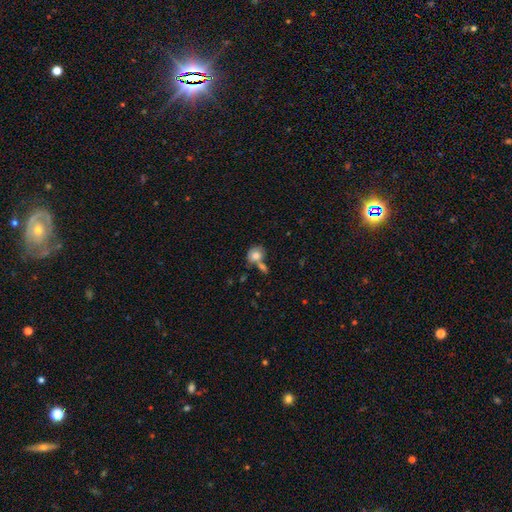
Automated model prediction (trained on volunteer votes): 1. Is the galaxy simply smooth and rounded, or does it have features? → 72% smooth, 20% featured or disk, 8% star or artifact.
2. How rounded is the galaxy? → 51% round, 47% in between, 1% cigar-shaped.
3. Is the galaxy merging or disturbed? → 40% merger, 36% none, 16% minor disturbance, 8% major disturbance.